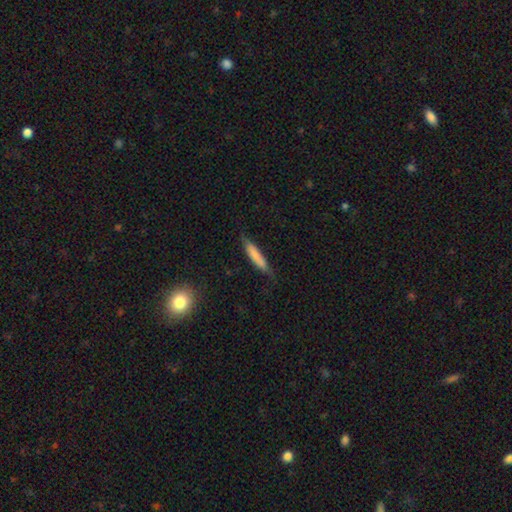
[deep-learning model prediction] Morphology: type=smooth (74%); roundness=cigar-shaped (87%); merging=none (74%).